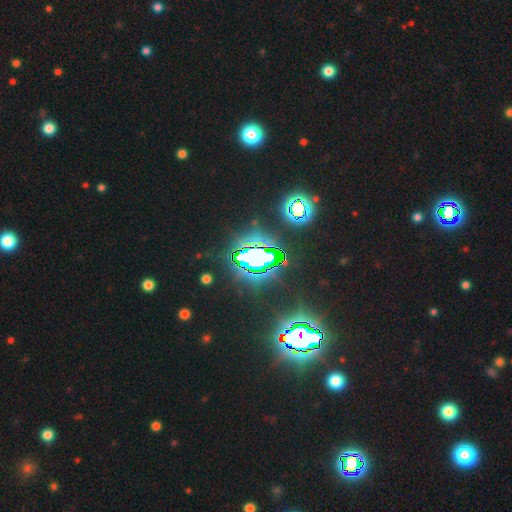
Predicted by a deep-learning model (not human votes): Smooth or featured? Predicted: star or artifact (p=0.75).